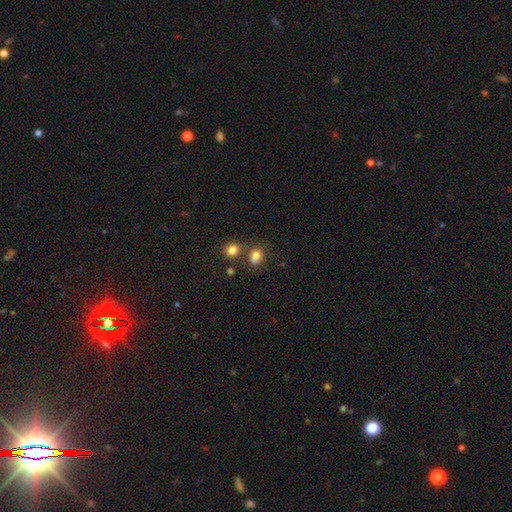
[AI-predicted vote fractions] Smooth or featured? Predicted: smooth (p=0.79). How rounded? Predicted: round (p=0.53). Merging? Predicted: none (p=0.56).